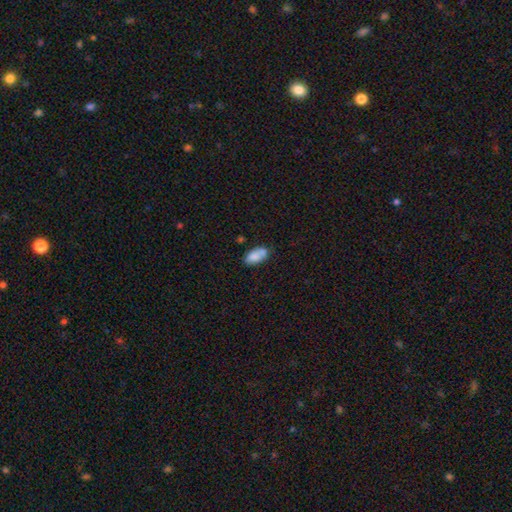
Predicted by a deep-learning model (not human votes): Smooth or featured? Predicted: smooth (p=0.79). How rounded? Predicted: in between (p=0.91). Merging? Predicted: none (p=0.58).